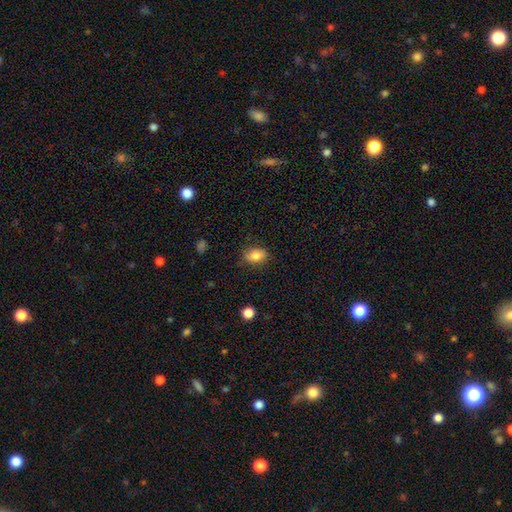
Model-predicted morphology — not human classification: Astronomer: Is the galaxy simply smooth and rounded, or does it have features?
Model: smooth — 83%.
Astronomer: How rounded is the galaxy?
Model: in between — 76%.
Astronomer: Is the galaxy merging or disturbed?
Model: none — 82%.